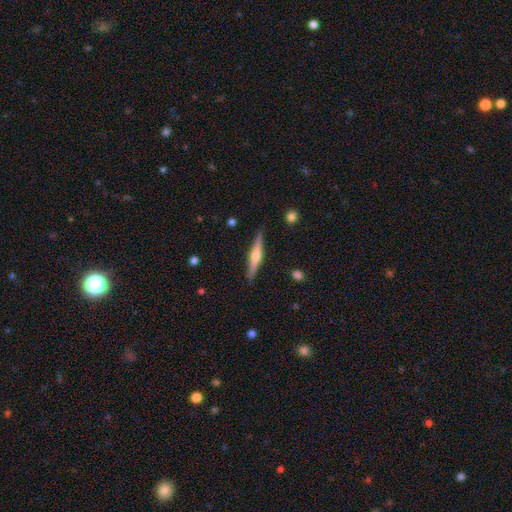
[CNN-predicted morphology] This appears to be a featured or disk galaxy (65%) viewed edge-on (97%) with a rounded central bulge (83%). Merging: none (89%).